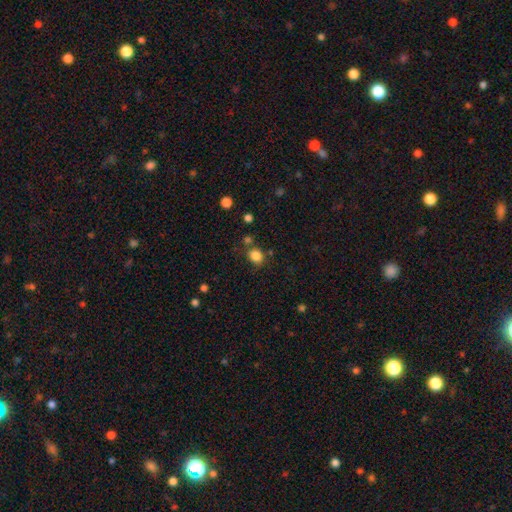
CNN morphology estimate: Q: Smooth or featured?
A: smooth (84%); runner-up: star or artifact (11%)
Q: How rounded?
A: round (63%); runner-up: in between (36%)
Q: Merging?
A: none (74%); runner-up: minor disturbance (13%)